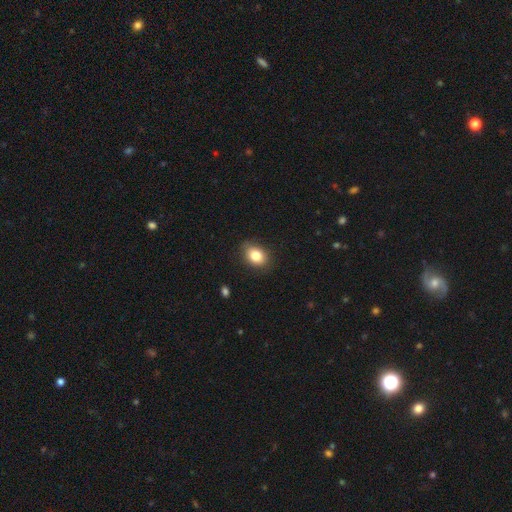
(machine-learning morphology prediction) type=smooth (83%); roundness=in between (69%); merging=none (84%).